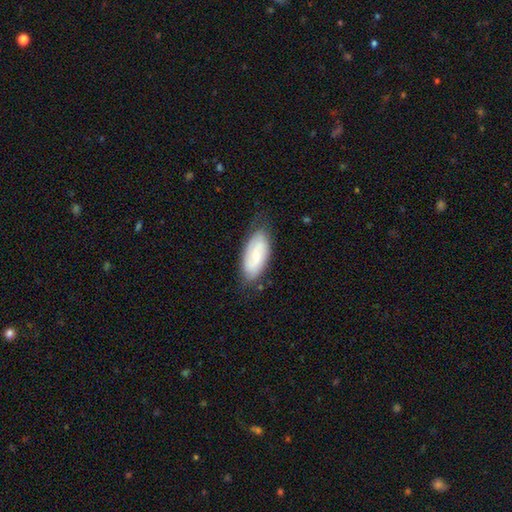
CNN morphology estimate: smooth-or-featured: featured or disk: 47% | smooth: 45% | star or artifact: 8%
  merging: none: 73% | minor disturbance: 21% | major disturbance: 5% | merger: 1%